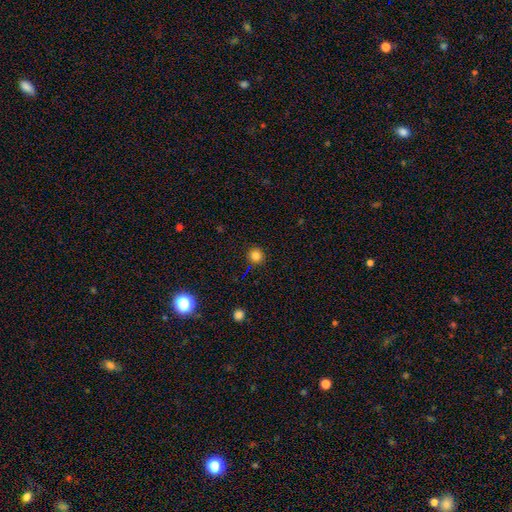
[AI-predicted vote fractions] Q: Smooth or featured?
A: smooth (81%); runner-up: star or artifact (14%)
Q: How rounded?
A: round (94%); runner-up: in between (5%)
Q: Merging?
A: none (91%); runner-up: minor disturbance (5%)